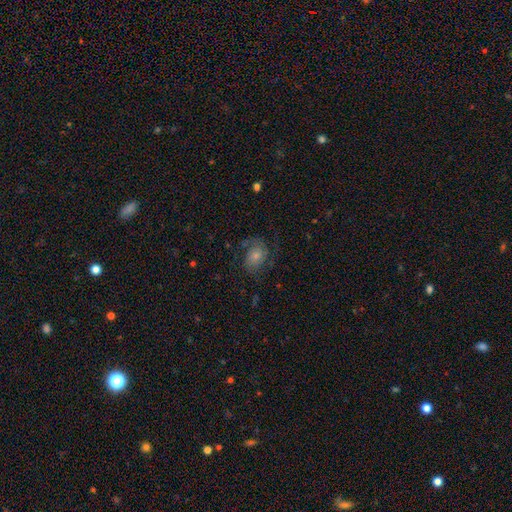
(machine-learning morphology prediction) Q: Smooth or featured?
A: featured or disk (58%); runner-up: smooth (27%)
Q: Edge-on disk?
A: no (97%); runner-up: yes (3%)
Q: Bar?
A: no (69%); runner-up: weak (26%)
Q: Spiral arms?
A: yes (88%); runner-up: no (12%)
Q: Bulge size?
A: moderate (45%); runner-up: small (41%)
Q: Merging?
A: none (69%); runner-up: minor disturbance (17%)